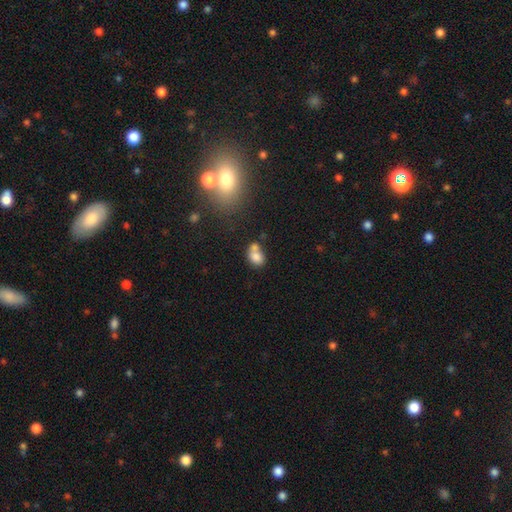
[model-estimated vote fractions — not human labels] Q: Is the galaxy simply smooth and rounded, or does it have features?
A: smooth — 76%.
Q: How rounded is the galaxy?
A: in between — 63%.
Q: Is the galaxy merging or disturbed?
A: merger — 53%.